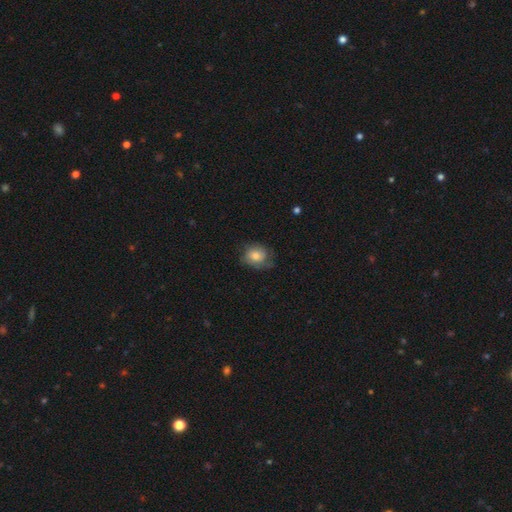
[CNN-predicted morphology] Smooth or featured?
  - smooth: 66% *
  - featured or disk: 26%
  - star or artifact: 8%
How rounded?
  - round: 68% *
  - in between: 31%
  - cigar-shaped: 1%
Merging?
  - none: 61% *
  - minor disturbance: 27%
  - major disturbance: 11%
  - merger: 1%